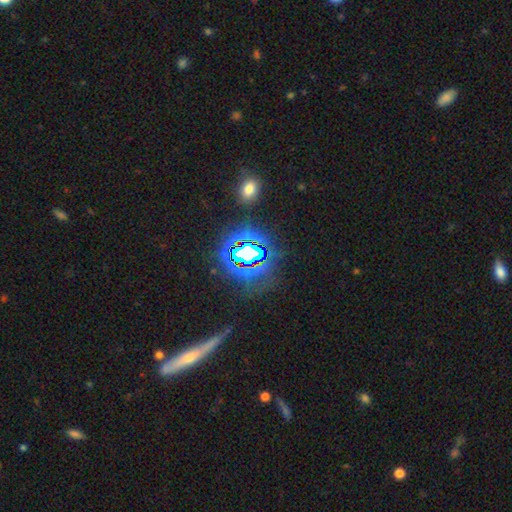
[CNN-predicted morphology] star or artifact 71%, smooth 14%, featured or disk 14%.